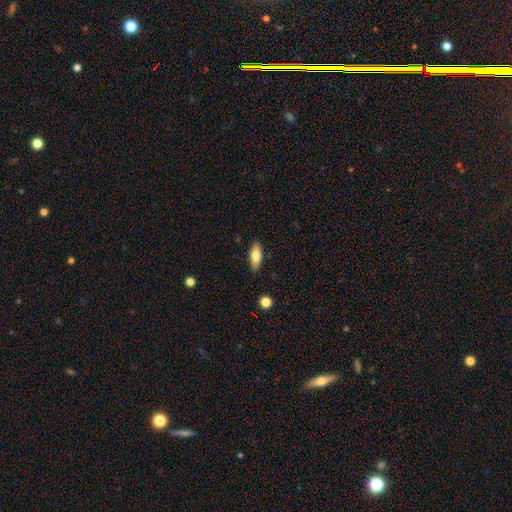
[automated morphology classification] smooth 72%, featured or disk 21%, star or artifact 7%. Down the decision tree: how rounded — in between (77%); merging — none (87%).